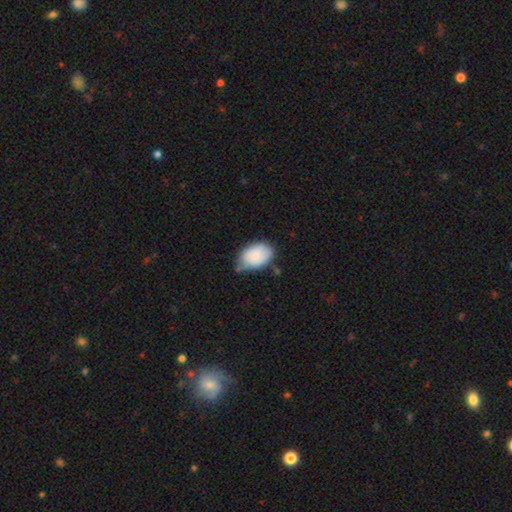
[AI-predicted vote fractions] The model was most divided on "merging": none: 52%, minor disturbance: 36%, major disturbance: 7%, merger: 5%. More confident: how rounded — in between (89%); smooth or featured — smooth (83%).